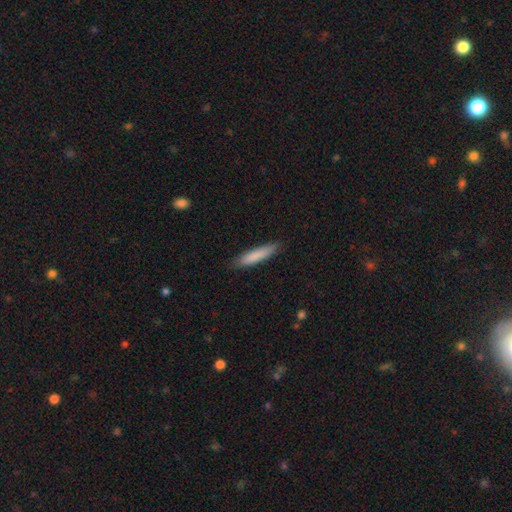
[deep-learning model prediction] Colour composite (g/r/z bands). It shows a smooth galaxy with no disk features (83%) that is cigar-shaped (86%). Merging: none (86%).